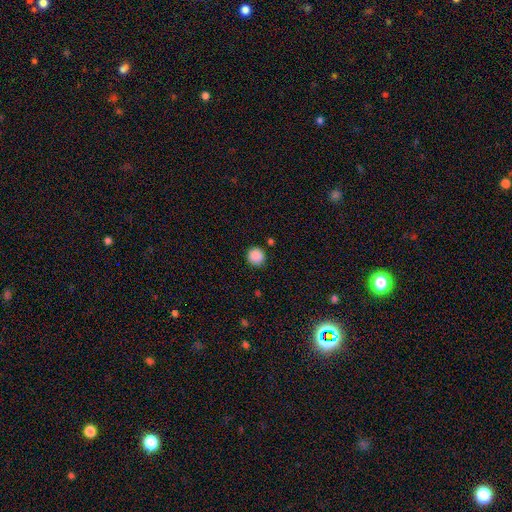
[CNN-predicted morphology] type=smooth (88%); roundness=round (94%); merging=none (88%).